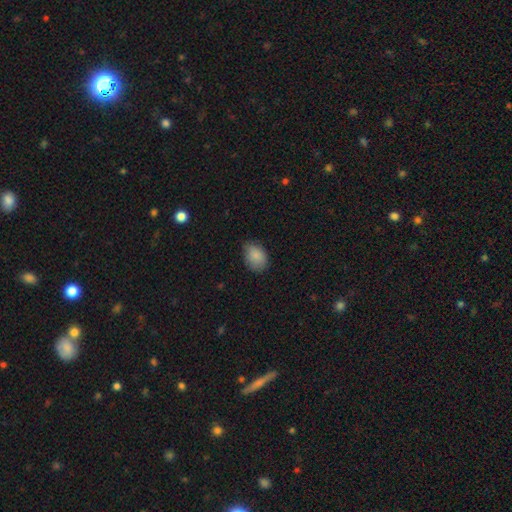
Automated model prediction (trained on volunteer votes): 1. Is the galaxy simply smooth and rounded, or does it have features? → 86% smooth, 8% star or artifact, 6% featured or disk.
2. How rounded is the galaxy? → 76% in between, 23% round, 1% cigar-shaped.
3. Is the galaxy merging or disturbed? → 70% none, 25% minor disturbance, 4% major disturbance, 1% merger.